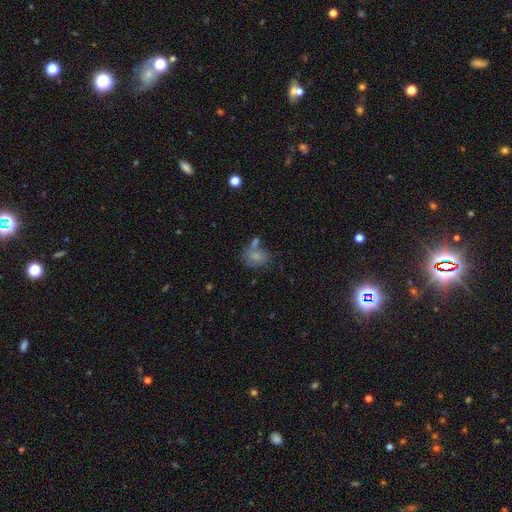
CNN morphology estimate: smooth-or-featured: smooth: 78% | featured or disk: 11% | star or artifact: 10%
  how-rounded: in between: 61% | round: 38% | cigar-shaped: 1%
  merging: none: 46% | merger: 28% | minor disturbance: 18% | major disturbance: 8%